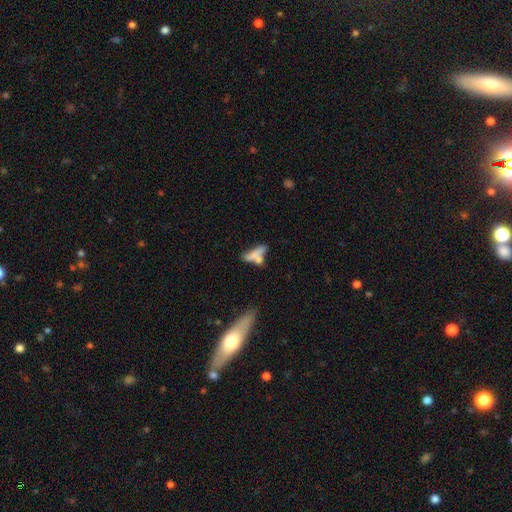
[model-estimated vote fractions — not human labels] smooth 63%, featured or disk 28%, star or artifact 10%. Down the decision tree: how rounded — cigar-shaped (50%); merging — merger (41%).